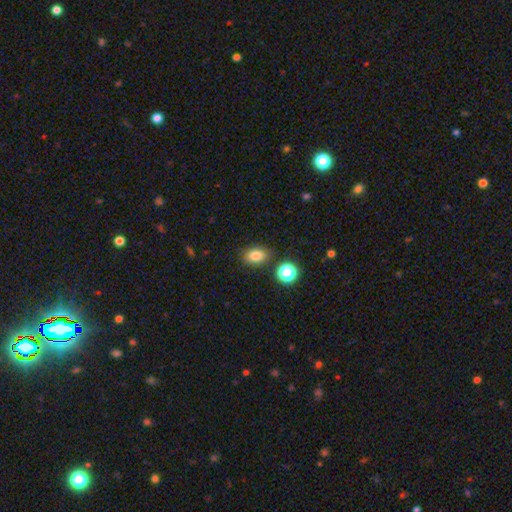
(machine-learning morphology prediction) Smooth or featured? Predicted: smooth (p=0.81). How rounded? Predicted: in between (p=0.76). Merging? Predicted: none (p=0.81).